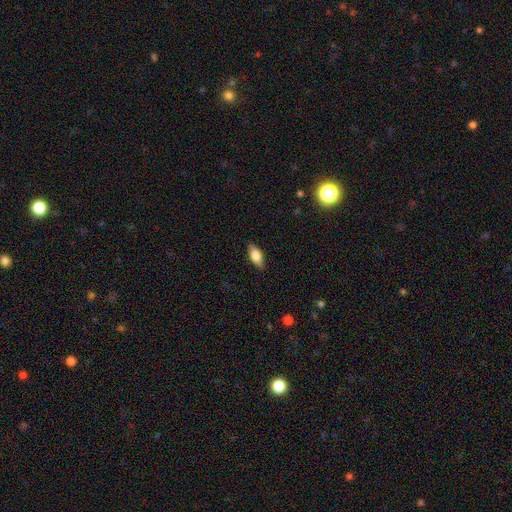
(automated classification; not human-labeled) smooth-or-featured: smooth: 72% | featured or disk: 21% | star or artifact: 7%
  how-rounded: in between: 84% | cigar-shaped: 12% | round: 3%
  merging: none: 86% | minor disturbance: 11% | major disturbance: 2% | merger: 1%